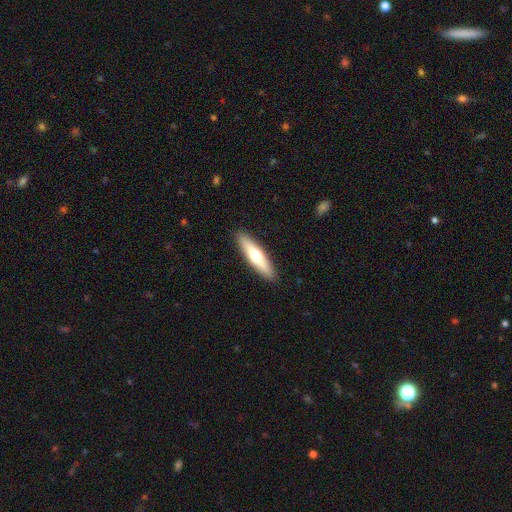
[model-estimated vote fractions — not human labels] This is possibly a smooth galaxy (57%). How rounded: likely cigar-shaped (75%). Merging: clearly none (90%).